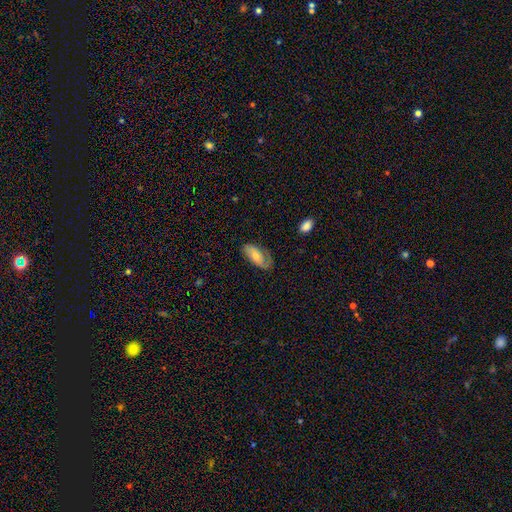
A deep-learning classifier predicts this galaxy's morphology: Overall: featured or disk (55%; smooth 37%). Edge-on disk: no (91%). Bar: no (62%; weak 28%). Spiral arms: yes (83%). Bulge size: moderate (48%; small 44%). Merging: none (69%).